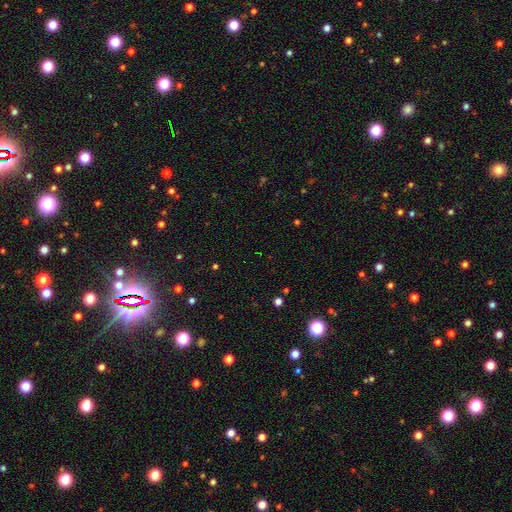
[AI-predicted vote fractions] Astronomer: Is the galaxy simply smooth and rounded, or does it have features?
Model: star or artifact — 66%.